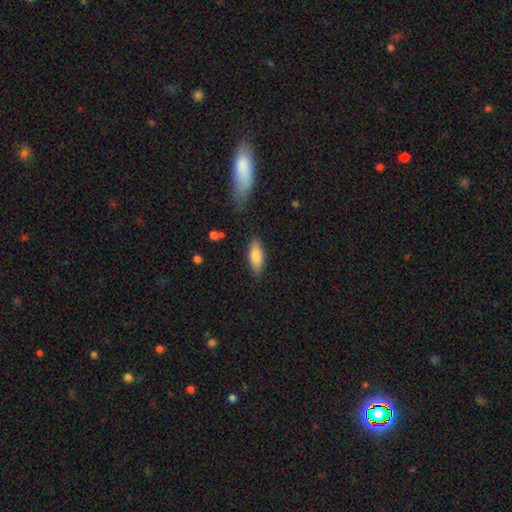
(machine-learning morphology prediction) Smooth or featured: smooth — 82% (featured or disk — 12%)
How rounded: in between — 75% (cigar-shaped — 23%)
Merging: none — 83% (minor disturbance — 12%)